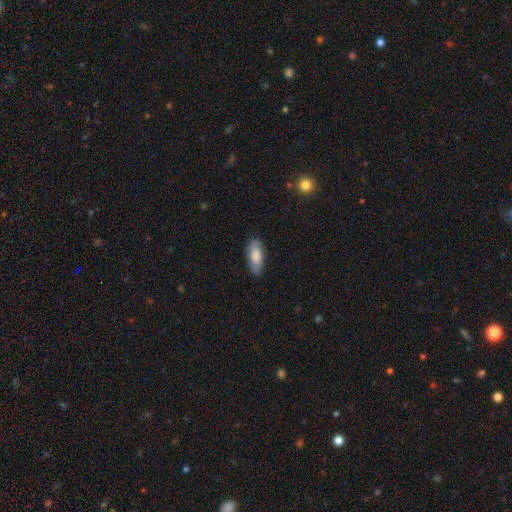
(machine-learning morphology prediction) This appears to be a smooth galaxy with no disk features (81%) that is in between round and cigar-shaped (82%). Merging: none (82%).